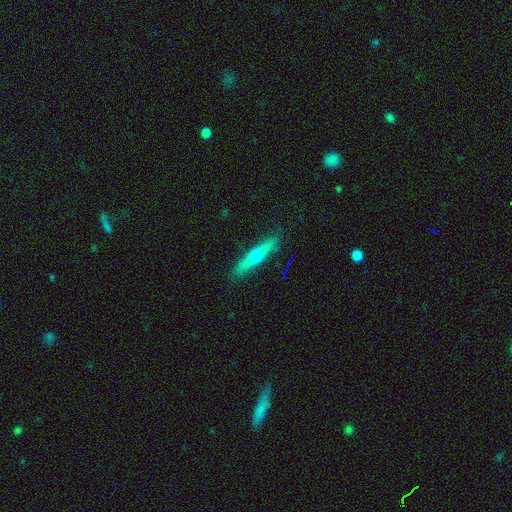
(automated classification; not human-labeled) This is possibly a featured or disk galaxy (54%). It is clearly viewed edge-on (96%). Edge-on bulge: clearly rounded (90%). Merging: clearly none (89%).